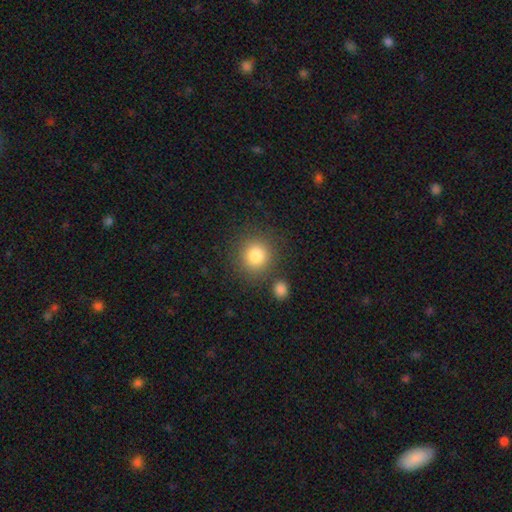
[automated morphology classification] The model was most divided on "smooth or featured": smooth: 82%, star or artifact: 11%, featured or disk: 7%. More confident: how rounded — round (89%); merging — none (81%).